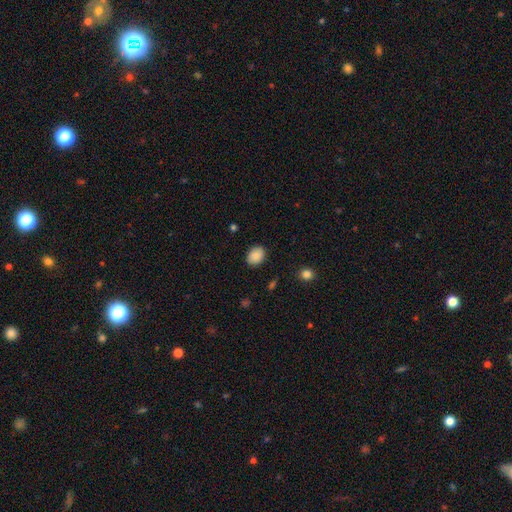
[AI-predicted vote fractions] smooth 87%, star or artifact 8%, featured or disk 6%. Down the decision tree: how rounded — in between (55%); merging — none (86%).